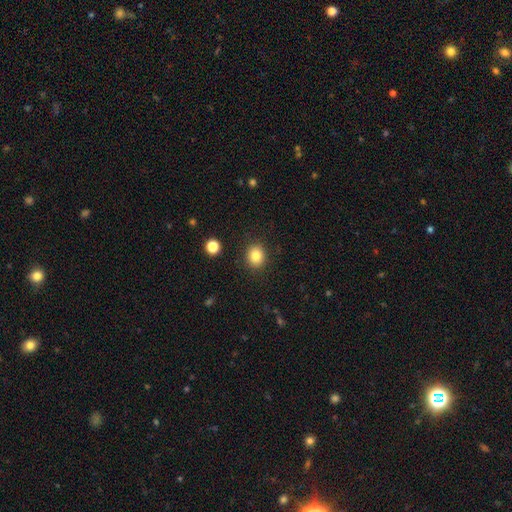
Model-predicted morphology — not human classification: smooth_or_featured: smooth (p=0.83) [alt: star or artifact p=0.10]
how_rounded: round (p=0.70) [alt: in between p=0.29]
merging: none (p=0.89) [alt: minor disturbance p=0.07]